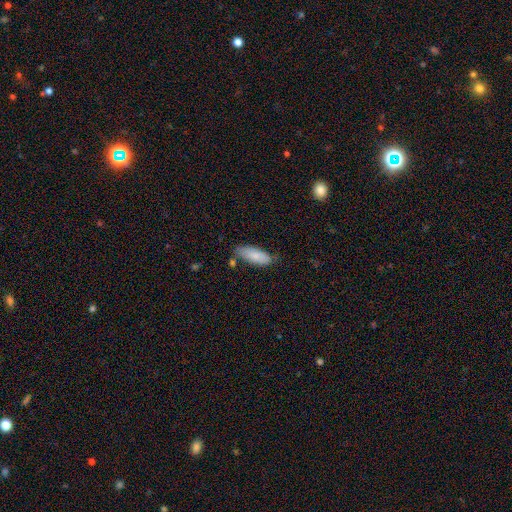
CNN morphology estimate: Overall: smooth (83%). How rounded: in between (74%). Merging: none (69%).